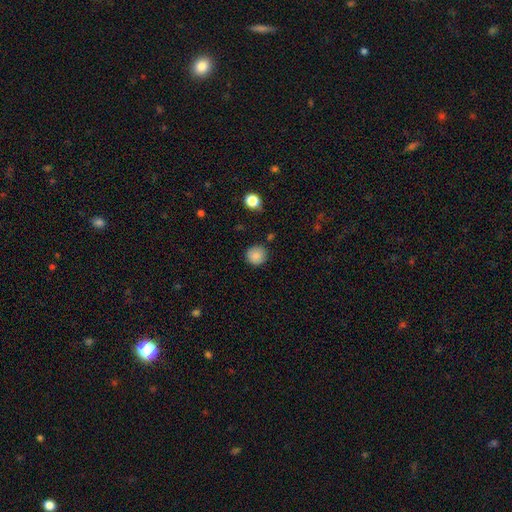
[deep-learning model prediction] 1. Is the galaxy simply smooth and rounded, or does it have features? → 86% smooth, 9% star or artifact, 5% featured or disk.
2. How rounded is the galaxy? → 91% round, 8% in between, 1% cigar-shaped.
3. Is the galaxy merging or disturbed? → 85% none, 10% minor disturbance, 2% major disturbance, 2% merger.